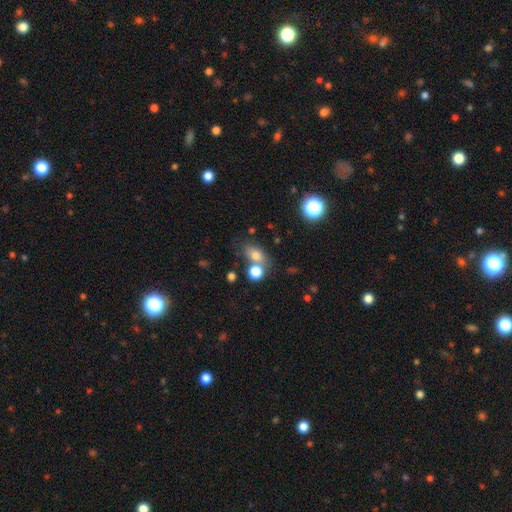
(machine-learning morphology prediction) Q: Smooth or featured?
A: smooth (75%); runner-up: star or artifact (14%)
Q: How rounded?
A: in between (69%); runner-up: round (29%)
Q: Merging?
A: none (55%); runner-up: merger (27%)